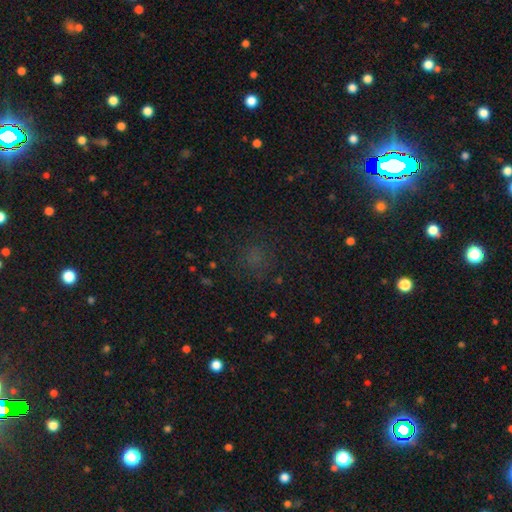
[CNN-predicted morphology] The model was most divided on "smooth or featured": smooth: 51%, star or artifact: 40%, featured or disk: 9%. More confident: how rounded — round (82%); merging — none (78%).